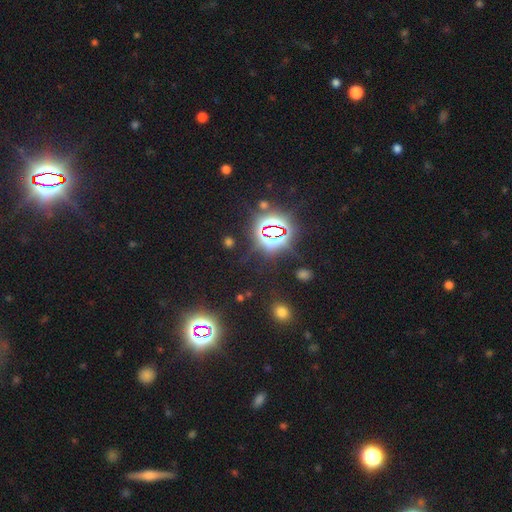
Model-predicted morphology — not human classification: Smooth or featured?
  - star or artifact: 82% *
  - smooth: 12%
  - featured or disk: 6%